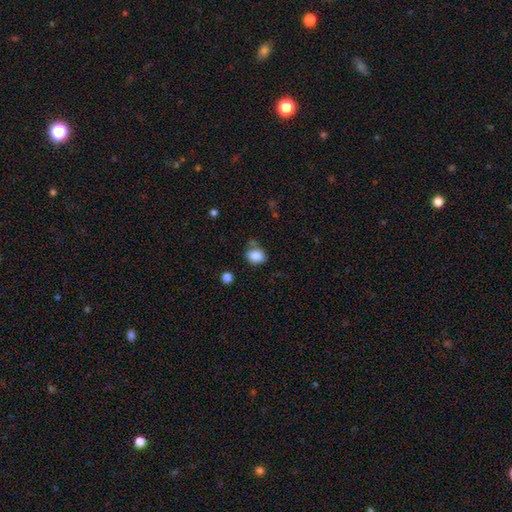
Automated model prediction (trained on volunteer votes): Smooth or featured? Predicted: smooth (p=0.86). How rounded? Predicted: in between (p=0.55). Merging? Predicted: none (p=0.65).